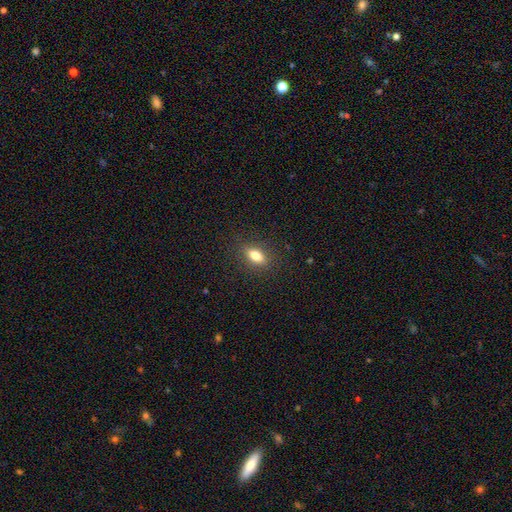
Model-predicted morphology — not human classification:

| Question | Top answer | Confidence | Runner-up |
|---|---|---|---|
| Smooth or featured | smooth | 77% | featured or disk (13%) |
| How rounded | in between | 77% | cigar-shaped (15%) |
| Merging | none | 87% | minor disturbance (9%) |